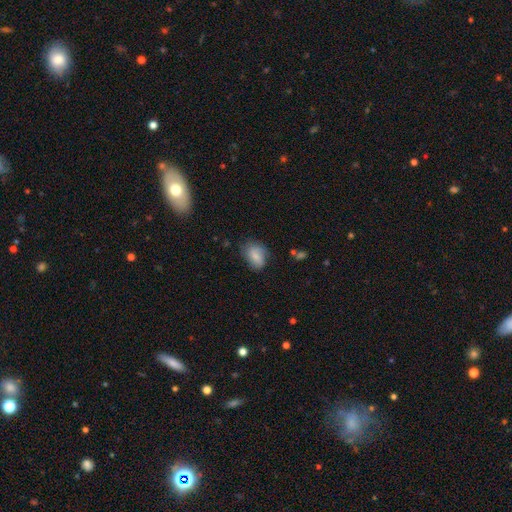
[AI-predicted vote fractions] Smooth or featured? Predicted: smooth (p=0.73). How rounded? Predicted: in between (p=0.76). Merging? Predicted: none (p=0.61).